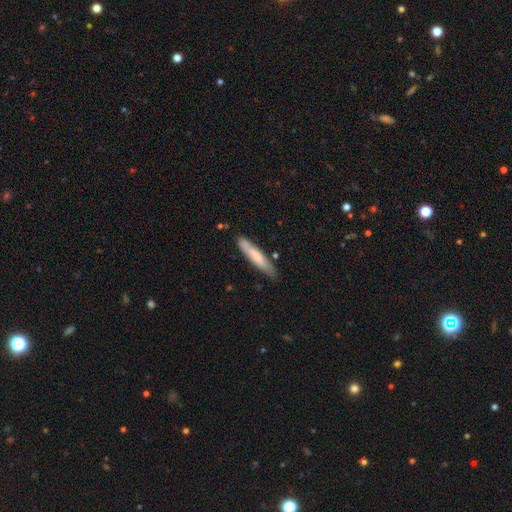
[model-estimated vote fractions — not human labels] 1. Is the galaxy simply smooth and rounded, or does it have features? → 65% smooth, 29% featured or disk, 5% star or artifact.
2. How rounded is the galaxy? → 88% cigar-shaped, 11% in between, 1% round.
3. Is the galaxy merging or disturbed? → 78% none, 17% minor disturbance, 3% merger, 3% major disturbance.